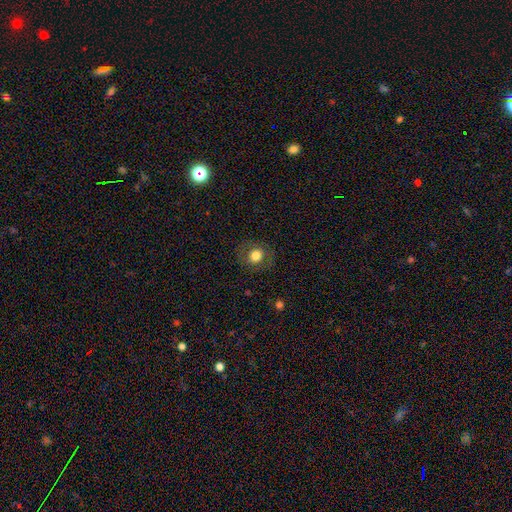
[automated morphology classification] This appears to be a smooth galaxy with no disk features (76%) that is round (77%). Merging: none (84%).